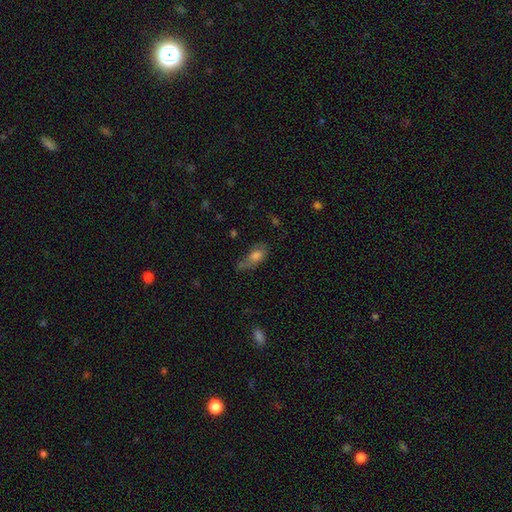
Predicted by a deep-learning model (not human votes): A smooth galaxy with no disk features (69%) that is in between round and cigar-shaped (82%). Merging: none (39%).